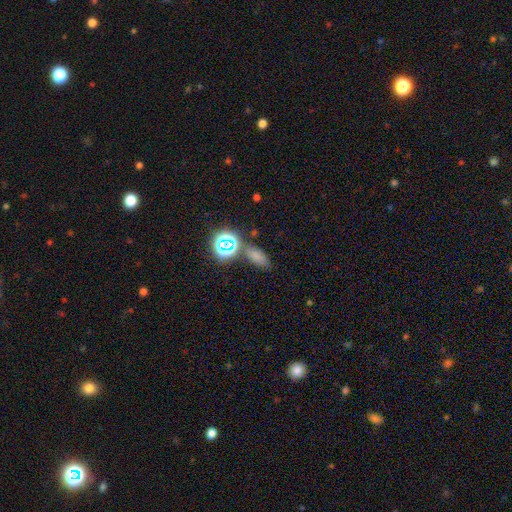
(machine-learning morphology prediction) Smooth or featured? smooth (66%)
How rounded? in between (78%)
Merging? none (70%)